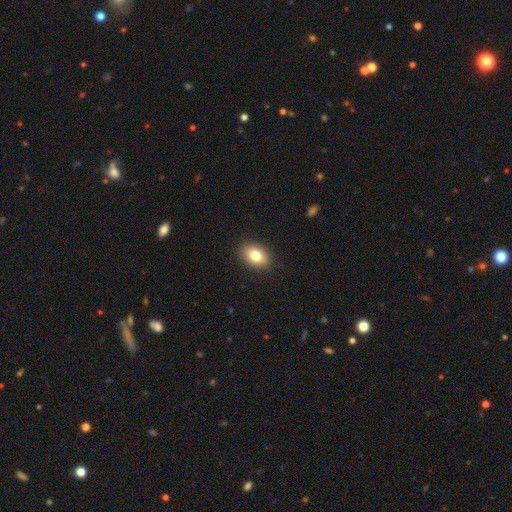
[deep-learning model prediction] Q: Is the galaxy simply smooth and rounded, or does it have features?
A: smooth — 82%.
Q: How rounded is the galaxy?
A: in between — 78%.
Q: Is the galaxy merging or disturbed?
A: none — 89%.